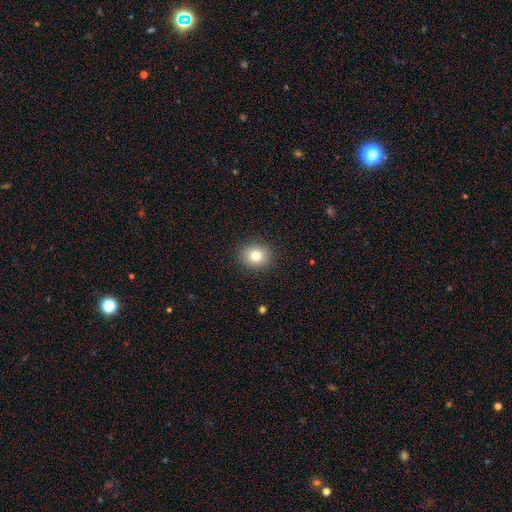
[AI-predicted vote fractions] smooth 80%, star or artifact 11%, featured or disk 9%. Down the decision tree: how rounded — round (80%); merging — none (91%).